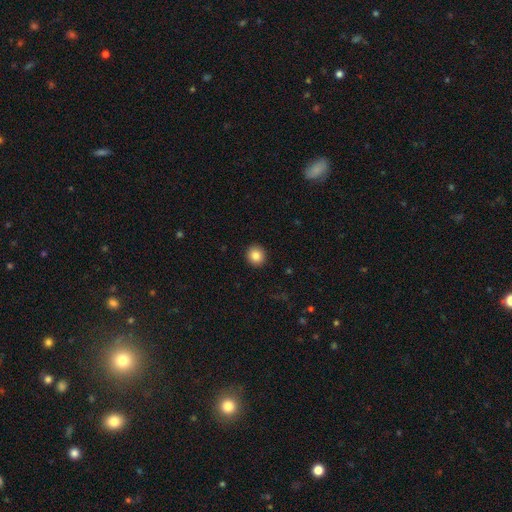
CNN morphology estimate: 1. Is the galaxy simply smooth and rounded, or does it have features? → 84% smooth, 9% star or artifact, 6% featured or disk.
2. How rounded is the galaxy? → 86% round, 13% in between, 1% cigar-shaped.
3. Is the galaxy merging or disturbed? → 92% none, 5% minor disturbance, 2% major disturbance, 1% merger.